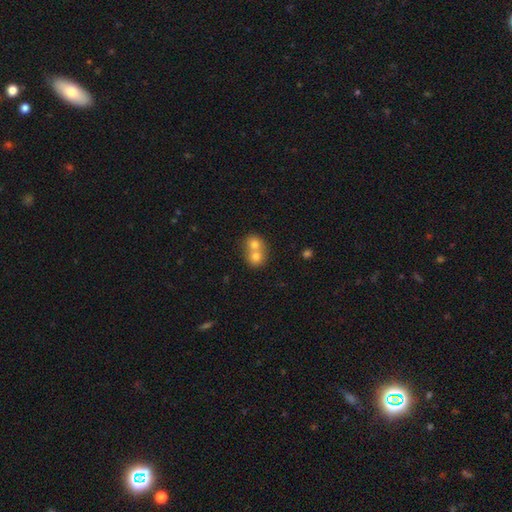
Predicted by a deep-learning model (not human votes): This is likely a smooth galaxy (71%). How rounded: likely round (75%). Merging: likely merger (71%).